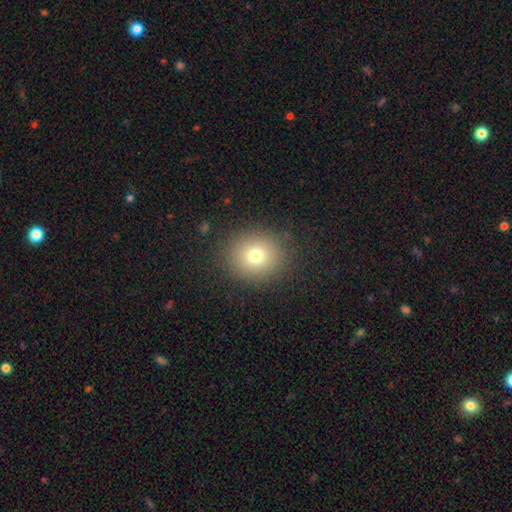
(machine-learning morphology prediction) A smooth galaxy with no disk features (74%) that is round (81%). Merging: none (88%).